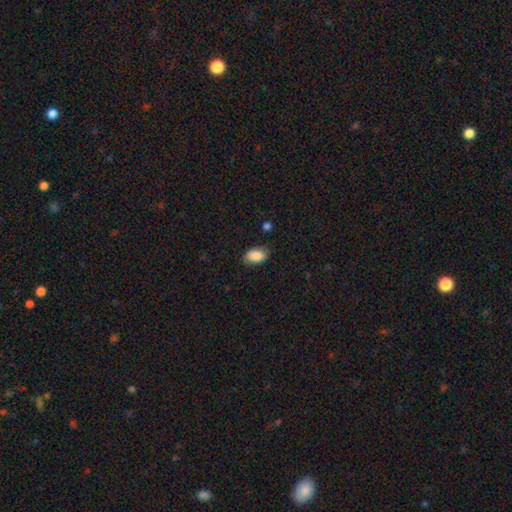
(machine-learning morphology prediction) smooth 86%, star or artifact 7%, featured or disk 7%. Down the decision tree: how rounded — in between (91%); merging — none (77%).